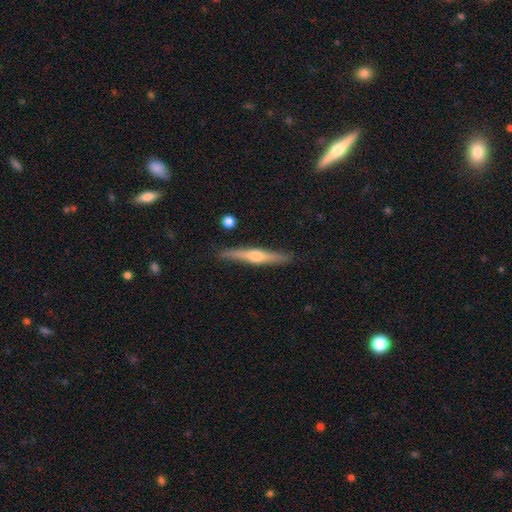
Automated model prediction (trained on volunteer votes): smooth-or-featured: featured or disk: 71% | smooth: 24% | star or artifact: 6%
  disk-edge-on: yes: 97% | no: 3%
    edge-on-bulge: rounded: 89% | boxy: 6% | none: 5%
  merging: none: 88% | minor disturbance: 8% | merger: 2% | major disturbance: 2%